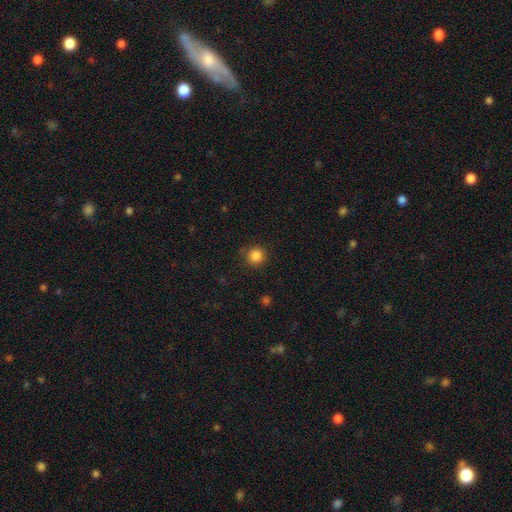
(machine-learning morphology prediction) type=smooth (85%); roundness=round (94%); merging=none (87%).